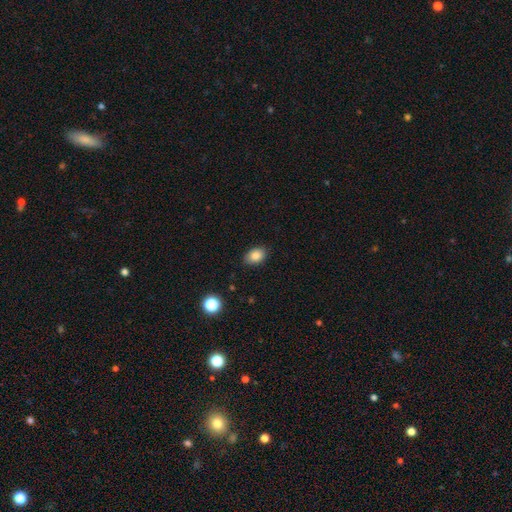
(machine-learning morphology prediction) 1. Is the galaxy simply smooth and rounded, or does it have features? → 85% smooth, 9% star or artifact, 5% featured or disk.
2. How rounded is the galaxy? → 80% in between, 19% round, 1% cigar-shaped.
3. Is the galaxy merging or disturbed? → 84% none, 12% minor disturbance, 3% major disturbance, 1% merger.